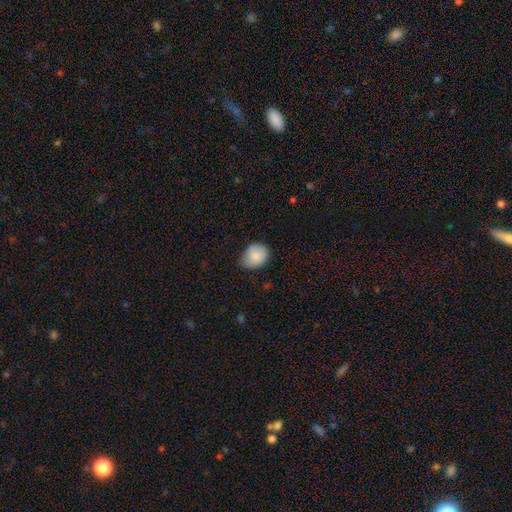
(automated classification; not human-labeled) smooth-or-featured: smooth: 85% | star or artifact: 8% | featured or disk: 7%
  how-rounded: round: 59% | in between: 40% | cigar-shaped: 1%
  merging: none: 54% | minor disturbance: 38% | major disturbance: 6% | merger: 2%